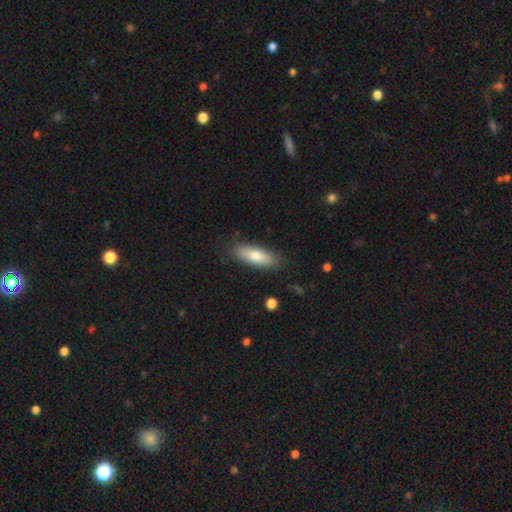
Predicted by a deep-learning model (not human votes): Smooth or featured: smooth — 73% (featured or disk — 21%)
How rounded: in between — 58% (cigar-shaped — 39%)
Merging: none — 85% (minor disturbance — 11%)